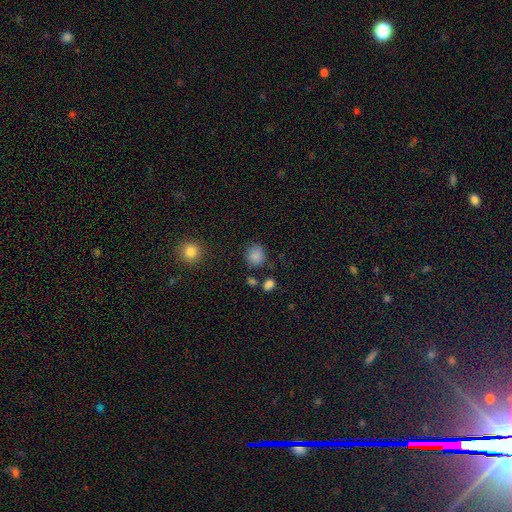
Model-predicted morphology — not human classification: type=smooth (84%); roundness=round (79%); merging=none (76%).